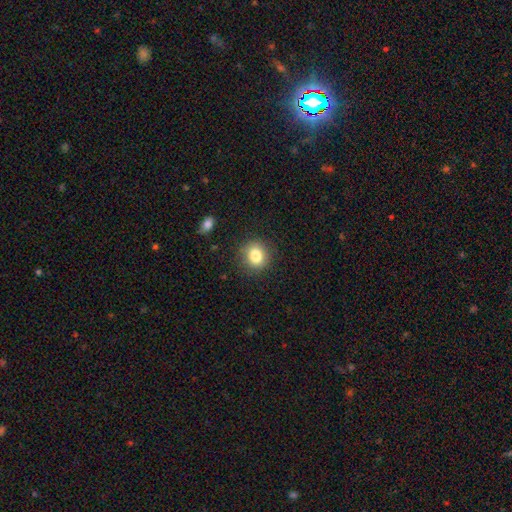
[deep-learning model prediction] smooth 83%, star or artifact 10%, featured or disk 7%. Down the decision tree: how rounded — round (77%); merging — none (86%).